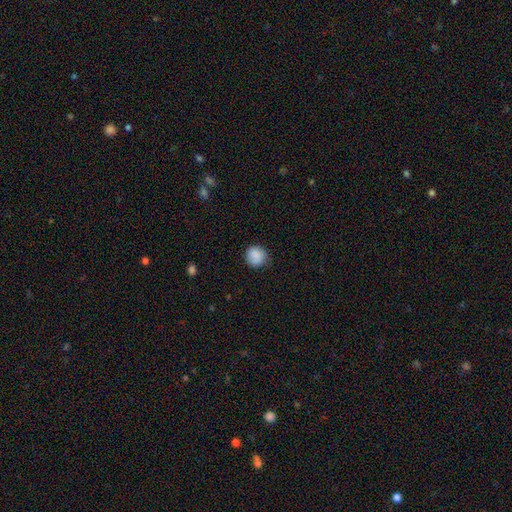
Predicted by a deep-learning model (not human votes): smooth_or_featured: smooth (p=0.87) [alt: star or artifact p=0.08]
how_rounded: round (p=0.88) [alt: in between p=0.11]
merging: none (p=0.78) [alt: minor disturbance p=0.17]